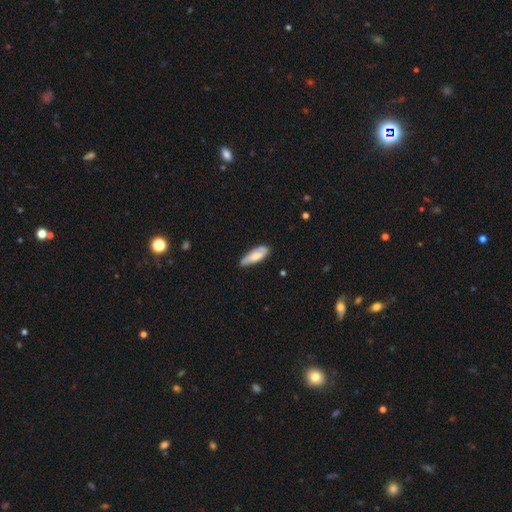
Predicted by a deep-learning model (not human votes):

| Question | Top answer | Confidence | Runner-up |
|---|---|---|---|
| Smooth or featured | smooth | 65% | featured or disk (29%) |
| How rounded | in between | 60% | cigar-shaped (38%) |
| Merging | none | 71% | minor disturbance (23%) |